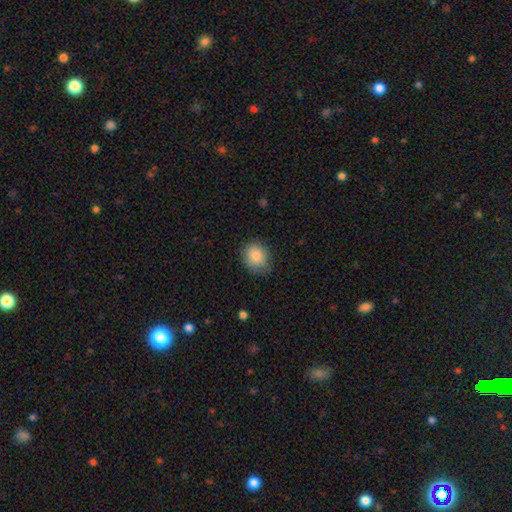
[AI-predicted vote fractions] Morphology: type=smooth (85%); roundness=round (59%); merging=none (73%).